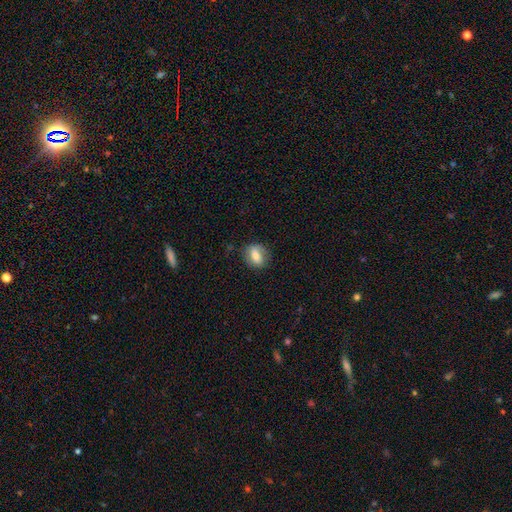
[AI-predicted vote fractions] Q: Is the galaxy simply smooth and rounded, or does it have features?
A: smooth — 68%.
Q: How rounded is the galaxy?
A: in between — 62%.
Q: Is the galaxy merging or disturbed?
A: none — 74%.